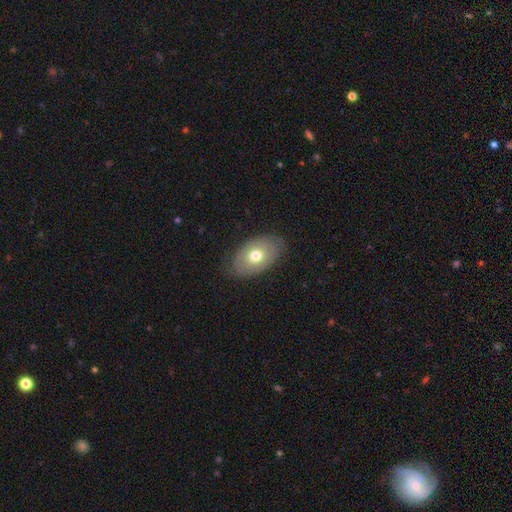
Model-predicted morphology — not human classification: Smooth or featured? Predicted: smooth (p=0.60). How rounded? Predicted: in between (p=0.89). Merging? Predicted: none (p=0.80).